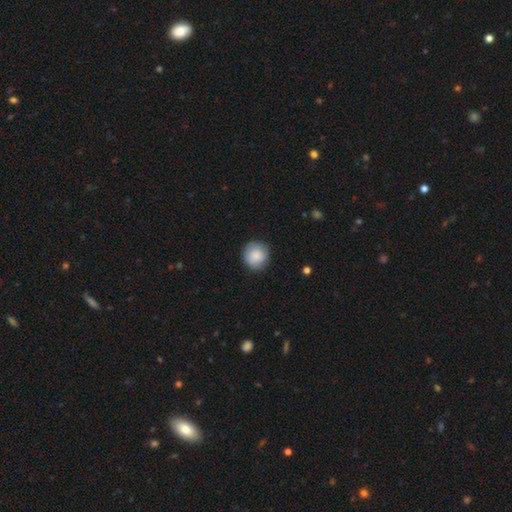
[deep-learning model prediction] Q: Smooth or featured?
A: smooth (84%); runner-up: featured or disk (9%)
Q: How rounded?
A: round (93%); runner-up: in between (6%)
Q: Merging?
A: none (87%); runner-up: minor disturbance (10%)